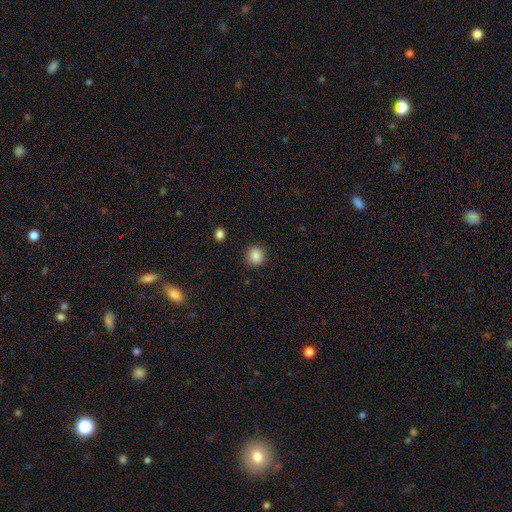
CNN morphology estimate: Smooth or featured: smooth — 86% (star or artifact — 10%)
How rounded: round — 87% (in between — 12%)
Merging: none — 89% (minor disturbance — 7%)